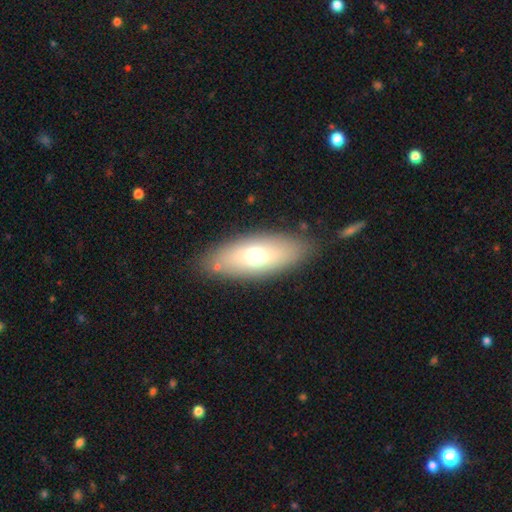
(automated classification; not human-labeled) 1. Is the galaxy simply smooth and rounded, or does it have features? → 65% smooth, 27% featured or disk, 8% star or artifact.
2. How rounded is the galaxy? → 79% in between, 17% cigar-shaped, 4% round.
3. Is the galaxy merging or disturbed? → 83% none, 10% minor disturbance, 4% major disturbance, 2% merger.